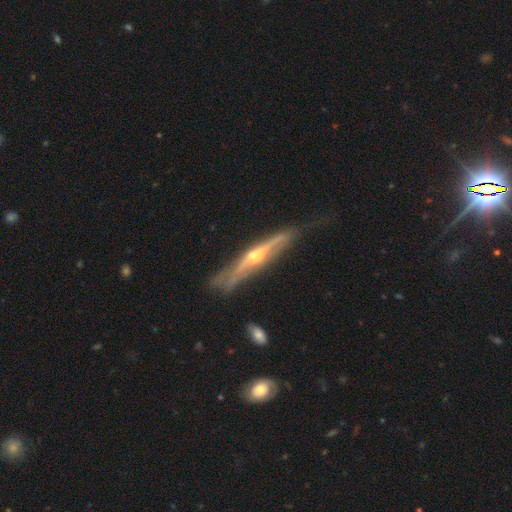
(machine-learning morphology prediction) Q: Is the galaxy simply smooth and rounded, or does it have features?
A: featured or disk — 78%.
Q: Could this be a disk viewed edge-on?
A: yes — 91%.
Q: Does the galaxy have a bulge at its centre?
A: rounded — 84%.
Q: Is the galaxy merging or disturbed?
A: none — 66%.